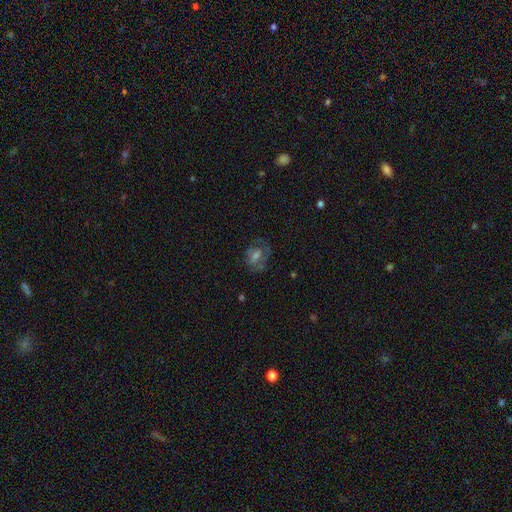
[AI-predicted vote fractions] Q: Smooth or featured?
A: featured or disk (50%); runner-up: smooth (31%)
Q: Merging?
A: none (63%); runner-up: minor disturbance (19%)